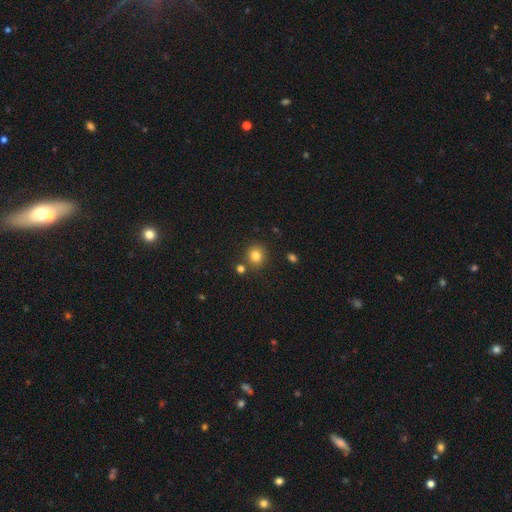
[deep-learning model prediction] Morphology: type=smooth (81%); roundness=round (85%); merging=none (81%).